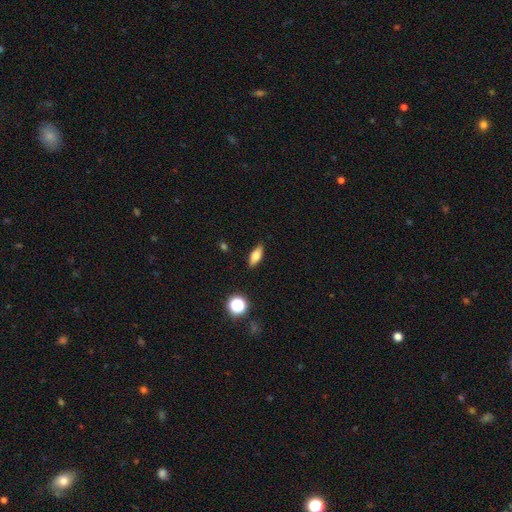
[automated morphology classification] smooth 71%, featured or disk 20%, star or artifact 9%. Down the decision tree: how rounded — in between (71%); merging — none (86%).